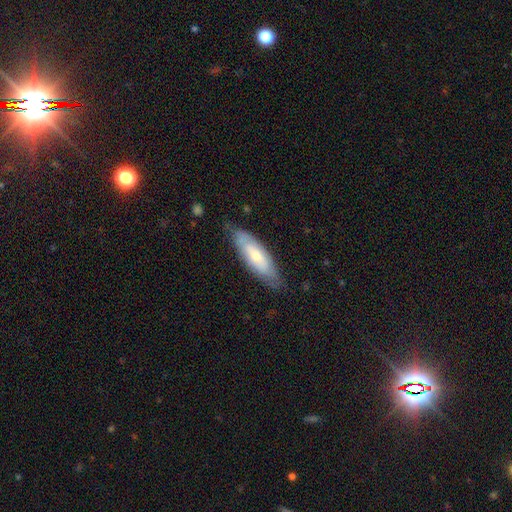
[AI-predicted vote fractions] Smooth or featured? Predicted: smooth (p=0.53). How rounded? Predicted: in between (p=0.56). Merging? Predicted: none (p=0.77).